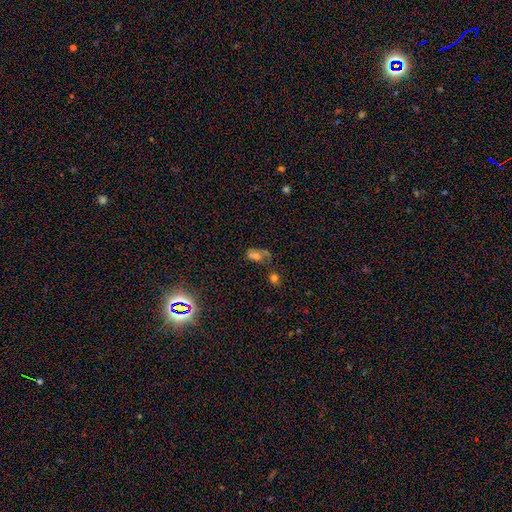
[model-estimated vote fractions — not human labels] smooth_or_featured: smooth (p=0.38) [alt: star or artifact p=0.34]
merging: none (p=0.33) [alt: major disturbance p=0.26]